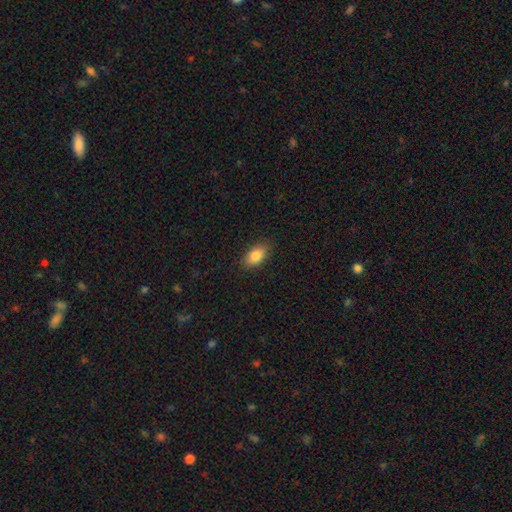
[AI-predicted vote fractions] smooth 84%, star or artifact 8%, featured or disk 8%. Down the decision tree: how rounded — in between (90%); merging — none (87%).